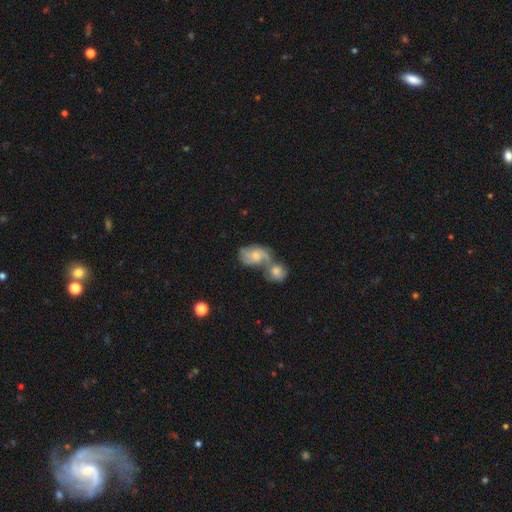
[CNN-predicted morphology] type=featured or disk (57%); edge-on=no (97%); bar=no (69%); spiral arms=yes (82%); bulge=small (50%); merging=merger (69%).